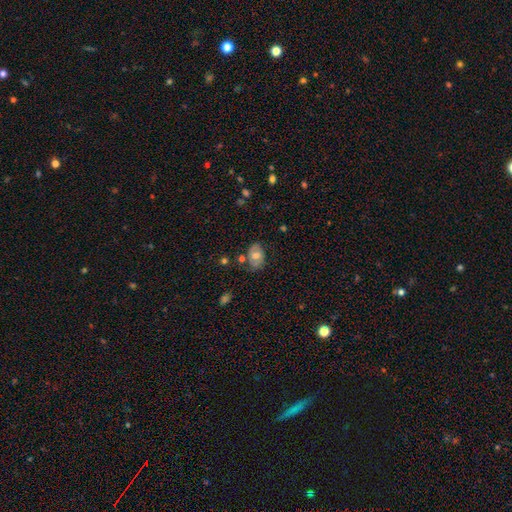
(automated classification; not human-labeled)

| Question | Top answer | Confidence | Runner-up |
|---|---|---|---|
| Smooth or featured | smooth | 50% | featured or disk (41%) |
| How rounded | in between | 81% | round (18%) |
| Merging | none | 66% | minor disturbance (22%) |